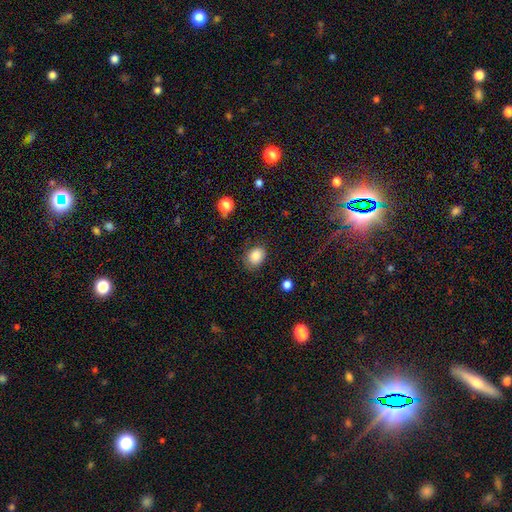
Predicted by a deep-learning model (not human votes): A smooth galaxy with no disk features (86%) that is in between round and cigar-shaped (60%).

Vote fractions:
- Smooth or featured? smooth: 86% / star or artifact: 9% / featured or disk: 5%
- How rounded? in between: 60% / round: 39% / cigar-shaped: 1%
- Merging? none: 79% / minor disturbance: 16% / major disturbance: 4% / merger: 1%